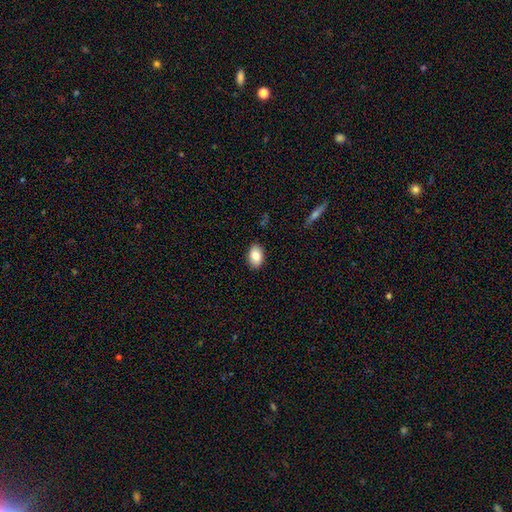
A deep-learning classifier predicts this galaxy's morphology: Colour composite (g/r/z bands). It shows a smooth galaxy with no disk features (85%) that is in between round and cigar-shaped (90%). Merging: none (89%).